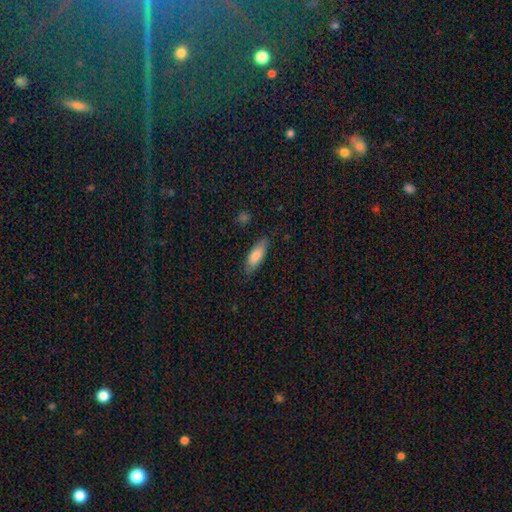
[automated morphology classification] A smooth galaxy with no disk features (81%) that is in between round and cigar-shaped (64%). Merging: none (82%).